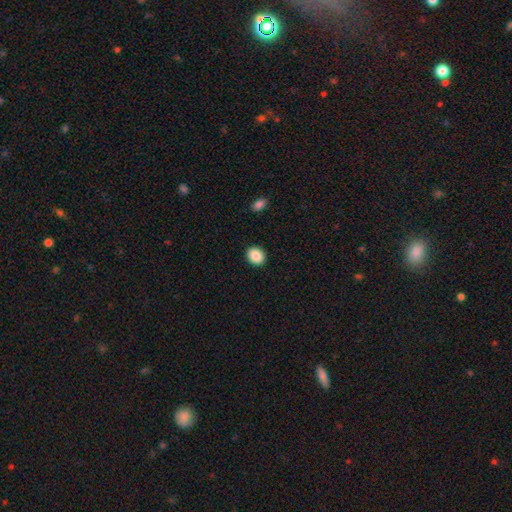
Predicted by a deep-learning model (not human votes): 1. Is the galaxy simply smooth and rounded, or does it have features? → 88% smooth, 8% star or artifact, 4% featured or disk.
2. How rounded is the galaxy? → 51% round, 48% in between, 1% cigar-shaped.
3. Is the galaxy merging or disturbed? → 91% none, 6% minor disturbance, 2% major disturbance, 1% merger.